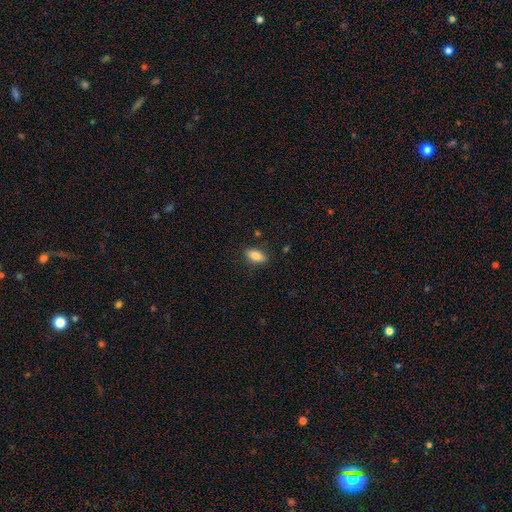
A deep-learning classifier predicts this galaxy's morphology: Smooth or featured? Predicted: smooth (p=0.81). How rounded? Predicted: in between (p=0.84). Merging? Predicted: none (p=0.84).